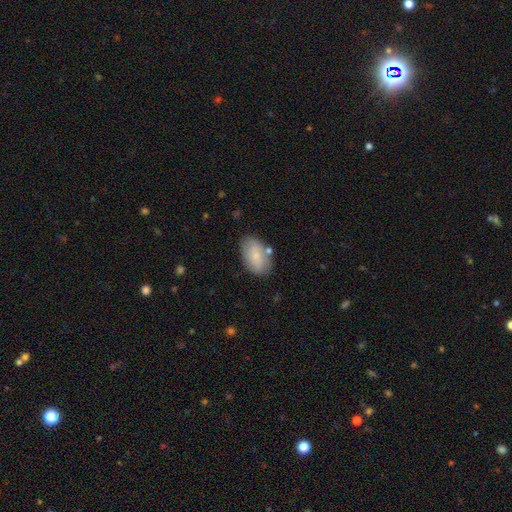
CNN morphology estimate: A smooth galaxy with no disk features (77%) that is in between round and cigar-shaped (93%). Merging: none (74%).